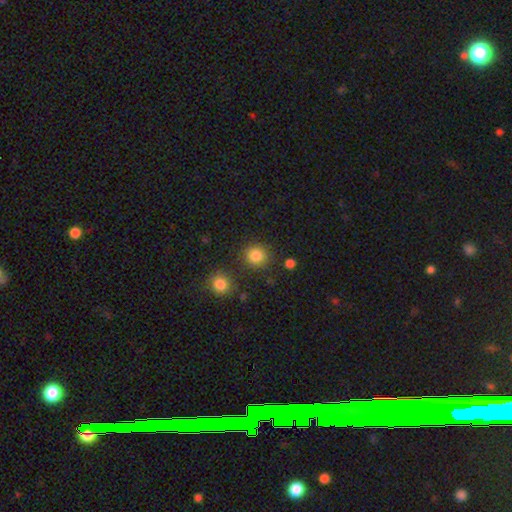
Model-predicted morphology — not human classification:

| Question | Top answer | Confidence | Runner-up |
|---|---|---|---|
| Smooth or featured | smooth | 85% | star or artifact (11%) |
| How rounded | round | 91% | in between (8%) |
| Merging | none | 84% | minor disturbance (8%) |